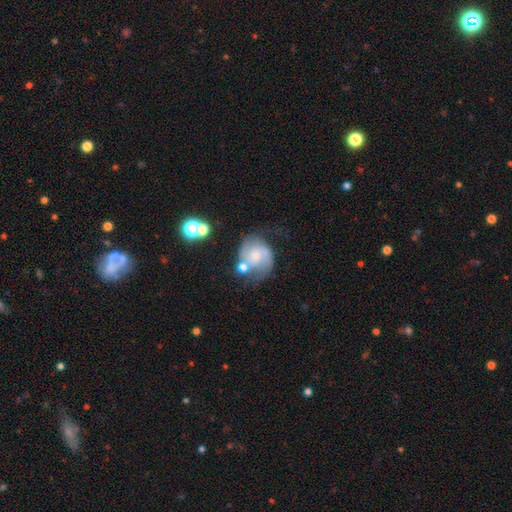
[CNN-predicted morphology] The model was most divided on "bulge size": small: 46%, moderate: 41%, none: 8%, large: 4%, dominant: 2%. Remaining: edge-on disk — no (98%); spiral arms — yes (88%); spiral arm count — 2 (82%); smooth or featured — featured or disk (64%); bar — no (63%); spiral winding — medium (48%); merging — none (47%).